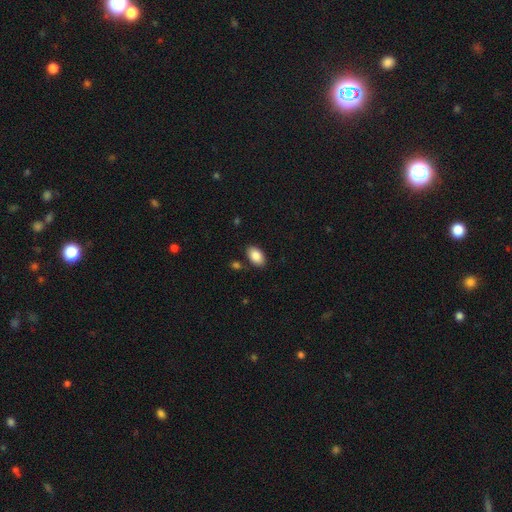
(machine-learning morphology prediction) Smooth or featured? Predicted: smooth (p=0.88). How rounded? Predicted: in between (p=0.92). Merging? Predicted: none (p=0.84).